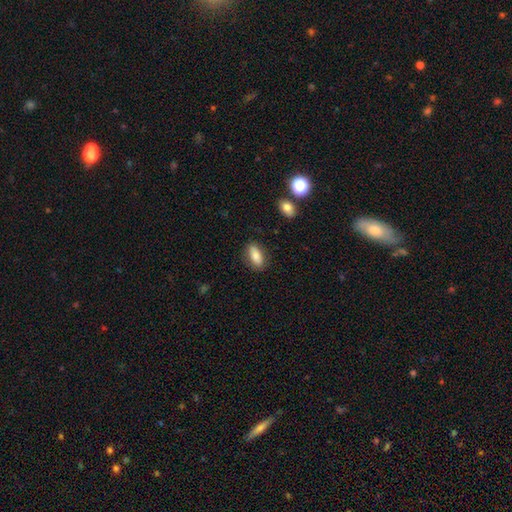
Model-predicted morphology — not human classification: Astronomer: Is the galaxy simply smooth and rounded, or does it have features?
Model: smooth — 83%.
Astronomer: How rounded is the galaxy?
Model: in between — 83%.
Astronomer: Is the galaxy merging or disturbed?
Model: none — 82%.